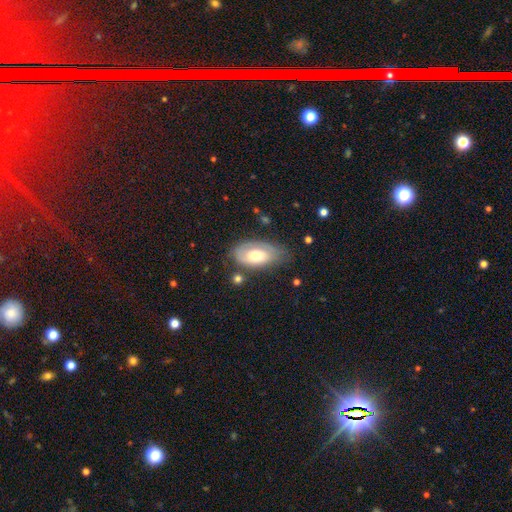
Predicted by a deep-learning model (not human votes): Smooth or featured: featured or disk — 50% (smooth — 44%)
Merging: none — 58% (minor disturbance — 27%)